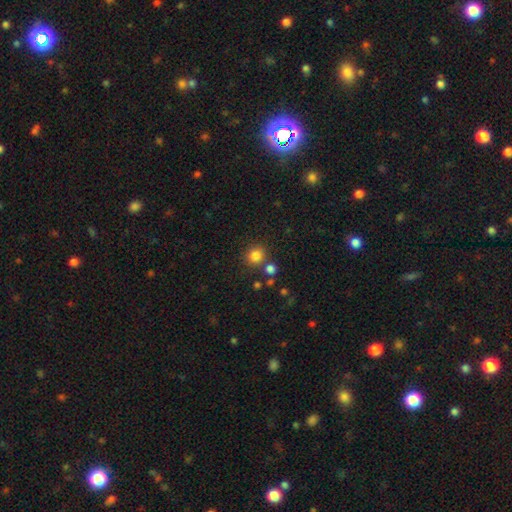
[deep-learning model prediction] Overall: smooth (81%). How rounded: round (89%). Merging: none (79%).